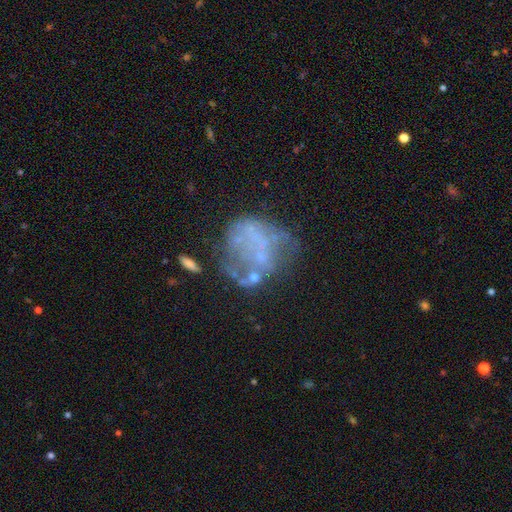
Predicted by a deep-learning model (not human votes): This appears to be a featured or disk galaxy (56%) with no bar (88%), no spiral arms (89%) and no central bulge (79%). Merging: none (42%).